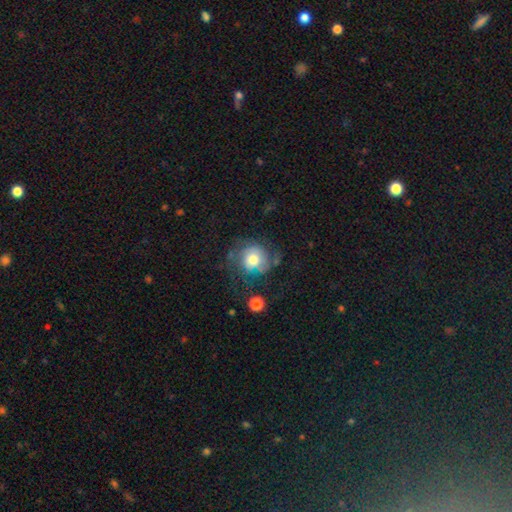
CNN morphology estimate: A smooth galaxy with no disk features (51%) that is round (83%). Merging: none (56%).